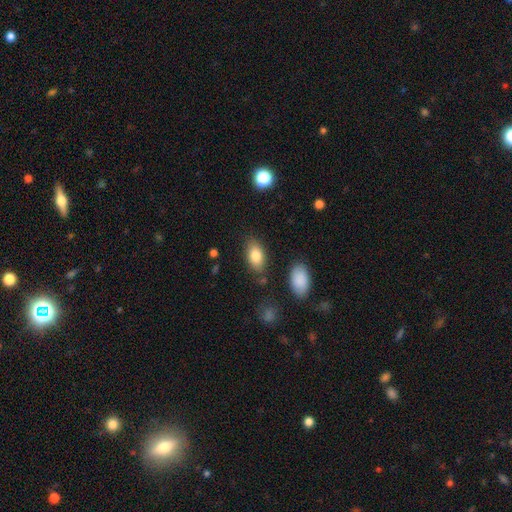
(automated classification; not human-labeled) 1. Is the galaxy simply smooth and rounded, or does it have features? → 82% smooth, 11% featured or disk, 7% star or artifact.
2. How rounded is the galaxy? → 91% in between, 5% round, 3% cigar-shaped.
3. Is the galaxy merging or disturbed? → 80% none, 13% minor disturbance, 3% major disturbance, 3% merger.